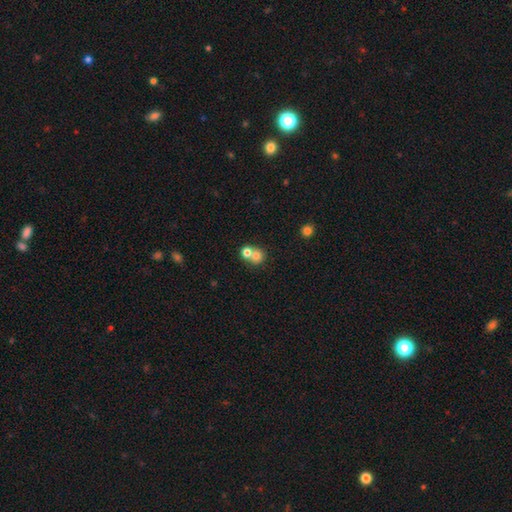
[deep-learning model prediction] A smooth galaxy with no disk features (74%) that is round (81%).

Vote fractions:
- Smooth or featured? smooth: 74% / featured or disk: 14% / star or artifact: 12%
- How rounded? round: 81% / in between: 18% / cigar-shaped: 1%
- Merging? merger: 56% / none: 36% / minor disturbance: 5% / major disturbance: 3%